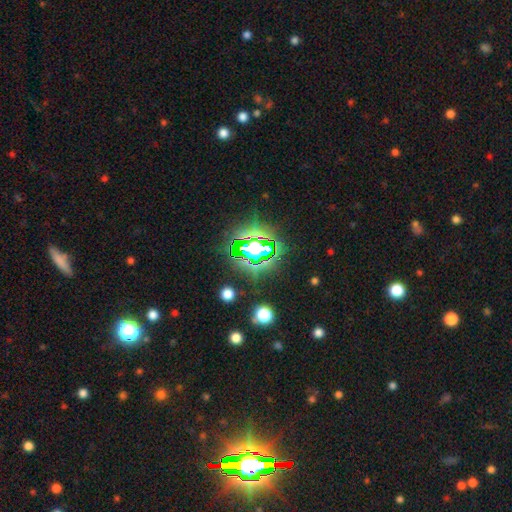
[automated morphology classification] Smooth or featured? Predicted: star or artifact (p=0.78).